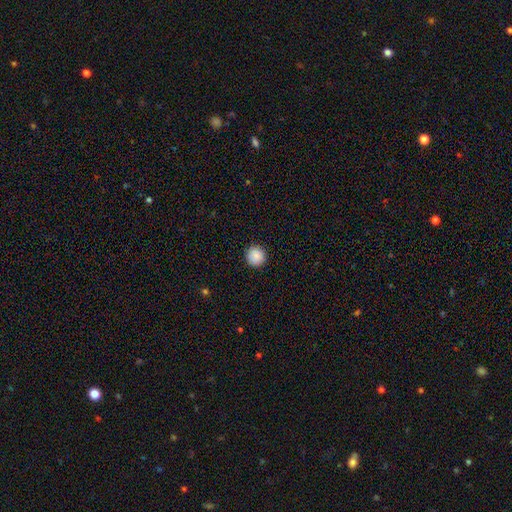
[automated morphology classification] Smooth or featured: smooth — 87% (star or artifact — 8%)
How rounded: round — 94% (in between — 5%)
Merging: none — 91% (minor disturbance — 7%)